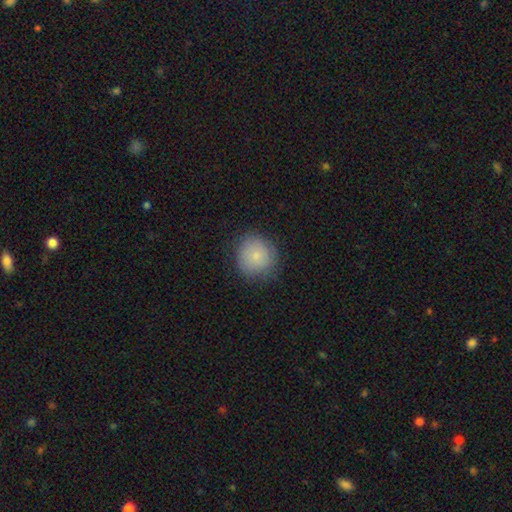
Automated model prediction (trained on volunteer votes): Overall: smooth (82%). How rounded: round (90%). Merging: none (82%).